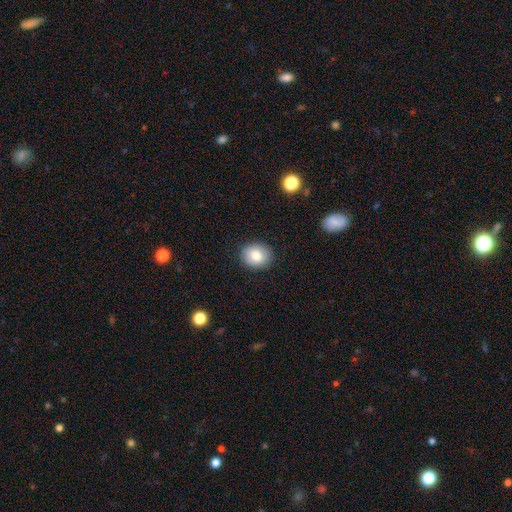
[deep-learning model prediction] This appears to be a smooth galaxy with no disk features (79%) that is round (68%). Merging: none (88%).